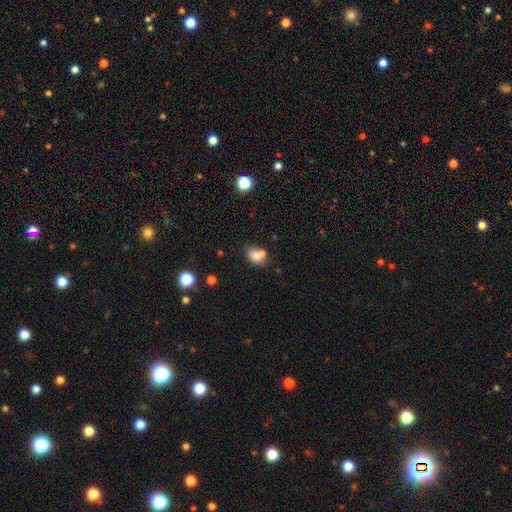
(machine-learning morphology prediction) type=smooth (77%); roundness=in between (66%); merging=none (46%).